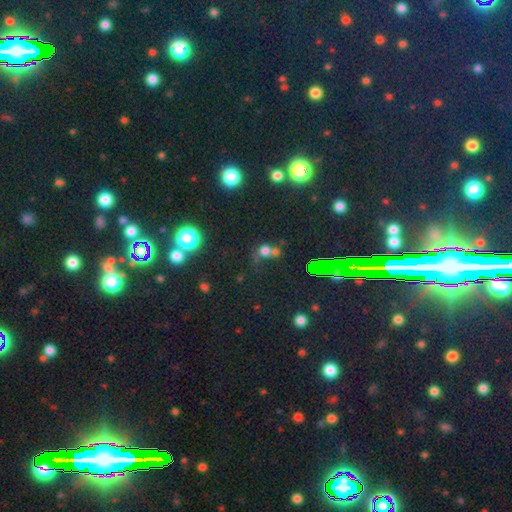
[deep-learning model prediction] Morphology: type=star or artifact (78%).